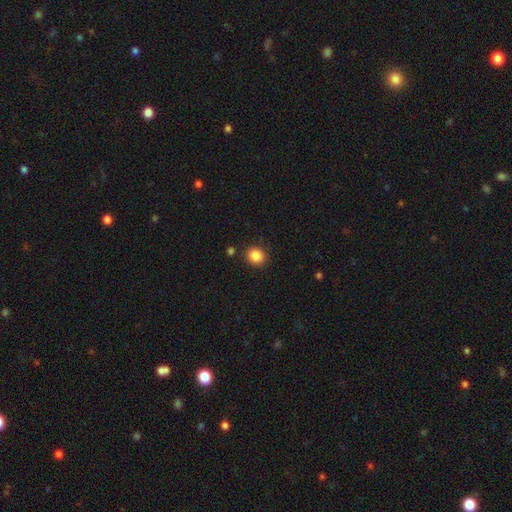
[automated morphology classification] Smooth or featured?
  - smooth: 87% *
  - star or artifact: 9%
  - featured or disk: 4%
How rounded?
  - round: 70% *
  - in between: 30%
  - cigar-shaped: 1%
Merging?
  - none: 86% *
  - minor disturbance: 9%
  - merger: 3%
  - major disturbance: 3%